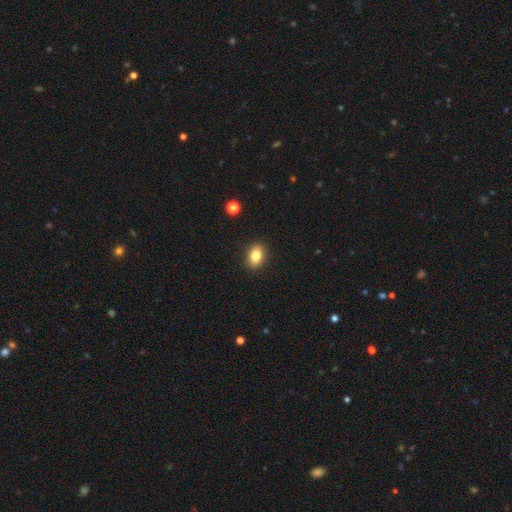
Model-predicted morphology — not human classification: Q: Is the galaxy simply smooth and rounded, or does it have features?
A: smooth — 81%.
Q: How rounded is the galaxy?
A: in between — 82%.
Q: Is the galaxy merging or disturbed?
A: none — 89%.